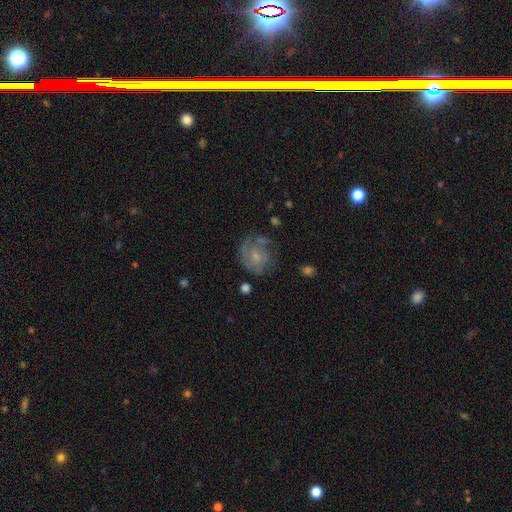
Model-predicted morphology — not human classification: smooth-or-featured: featured or disk: 56% | smooth: 34% | star or artifact: 10%
  disk-edge-on: no: 98% | yes: 2%
    bar: no: 81% | weak: 17% | strong: 2%
    has-spiral-arms: yes: 70% | no: 30%
    bulge-size: small: 63% | moderate: 23% | none: 11% | large: 2% | dominant: 1%
  merging: none: 55% | minor disturbance: 24% | major disturbance: 18% | merger: 4%